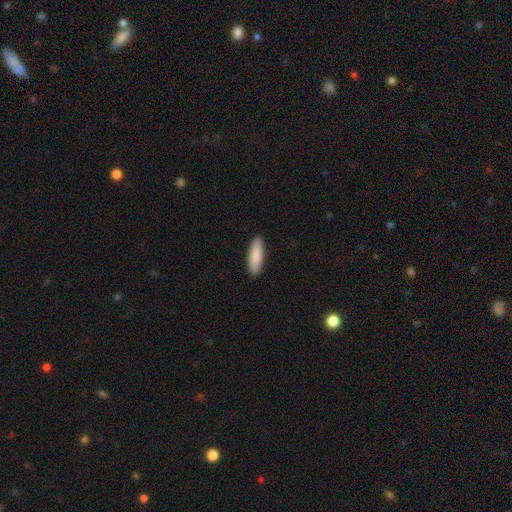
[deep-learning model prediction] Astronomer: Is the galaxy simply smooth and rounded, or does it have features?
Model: smooth — 88%.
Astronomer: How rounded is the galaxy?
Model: cigar-shaped — 50% (runner-up: in between, 49%).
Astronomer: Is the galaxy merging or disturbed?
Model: none — 90%.